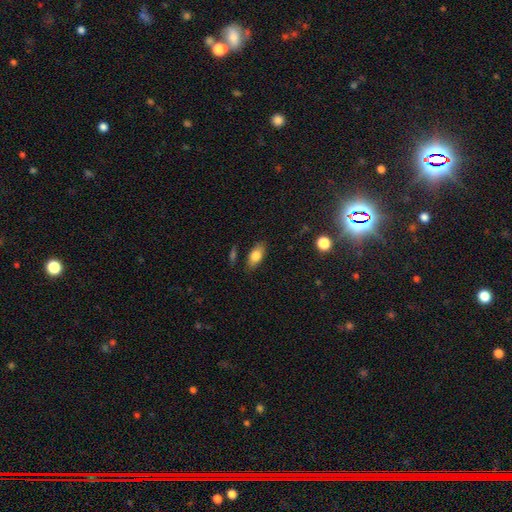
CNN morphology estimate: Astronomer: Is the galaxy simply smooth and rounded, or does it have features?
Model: smooth — 80%.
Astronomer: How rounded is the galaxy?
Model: in between — 87%.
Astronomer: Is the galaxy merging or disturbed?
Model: none — 83%.